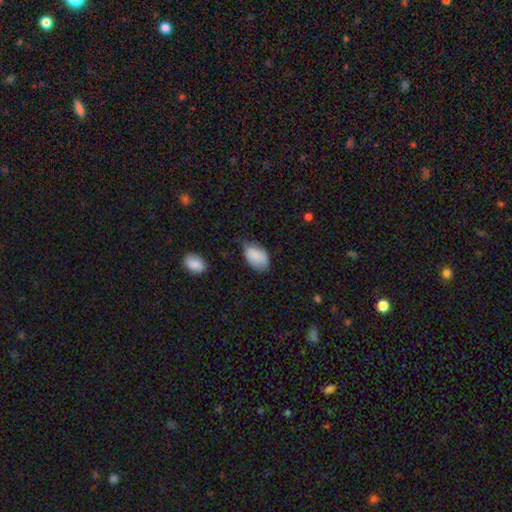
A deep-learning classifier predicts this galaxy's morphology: type=smooth (85%); roundness=in between (93%); merging=none (56%).